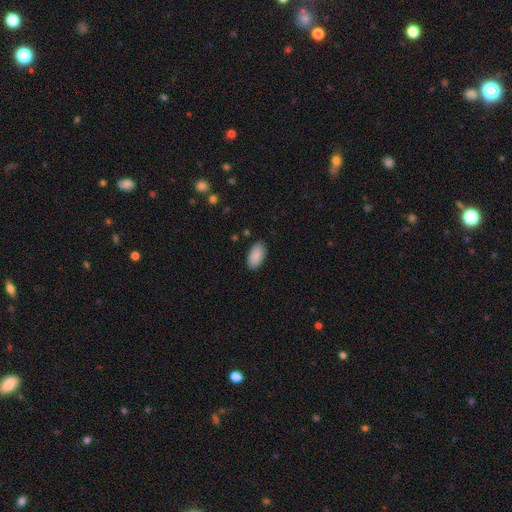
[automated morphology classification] smooth-or-featured: smooth: 90% | star or artifact: 6% | featured or disk: 4%
  how-rounded: in between: 95% | round: 2% | cigar-shaped: 2%
  merging: none: 86% | minor disturbance: 10% | major disturbance: 2% | merger: 1%